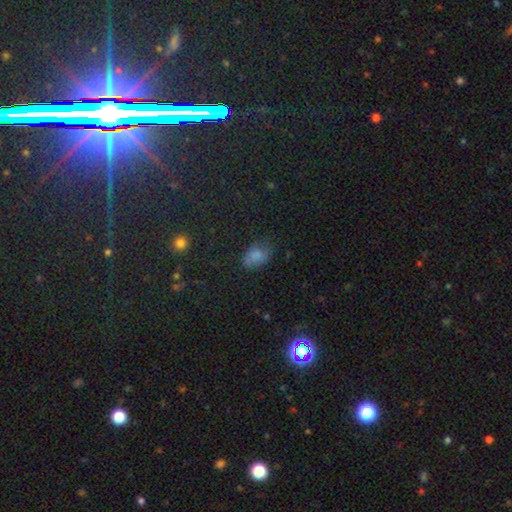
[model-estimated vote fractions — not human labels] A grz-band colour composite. It shows a smooth galaxy with no disk features (74%) that is in between round and cigar-shaped (83%). Merging: none (60%).